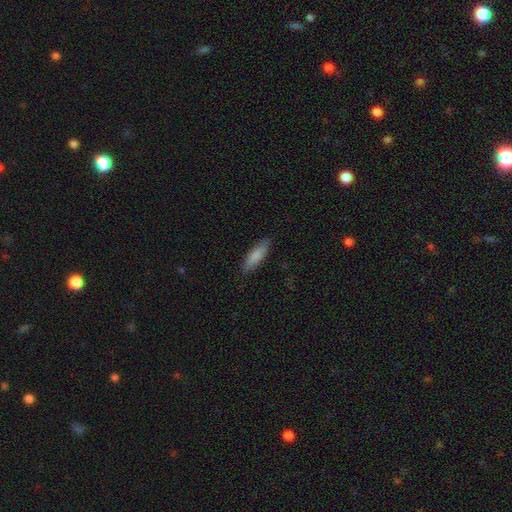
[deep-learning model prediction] Smooth or featured? Predicted: smooth (p=0.83). How rounded? Predicted: cigar-shaped (p=0.51). Merging? Predicted: none (p=0.85).